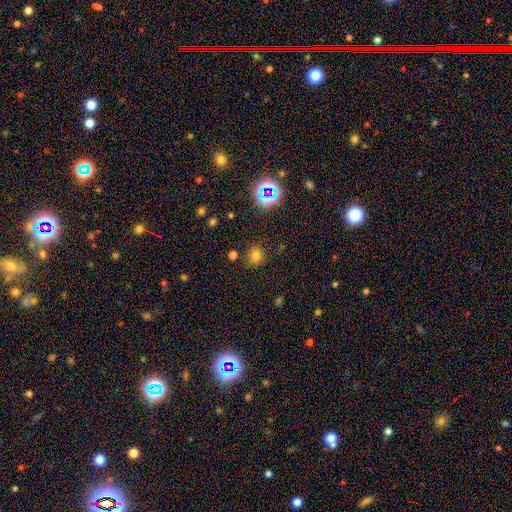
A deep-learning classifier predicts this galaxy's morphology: smooth 70%, star or artifact 23%, featured or disk 7%. Down the decision tree: how rounded — round (86%); merging — none (82%).